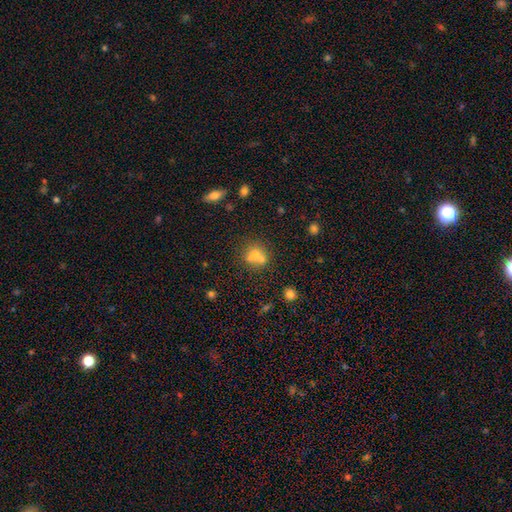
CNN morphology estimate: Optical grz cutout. It shows a smooth galaxy with no disk features (65%) that is round (78%). Merging: merger (48%).